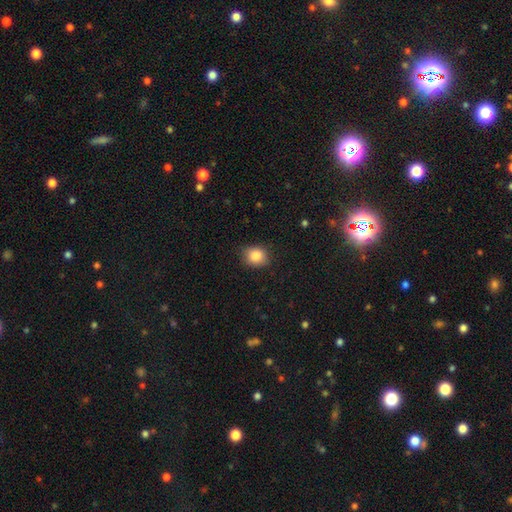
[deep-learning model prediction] Q: Smooth or featured?
A: smooth (85%); runner-up: star or artifact (9%)
Q: How rounded?
A: round (60%); runner-up: in between (39%)
Q: Merging?
A: none (80%); runner-up: minor disturbance (16%)